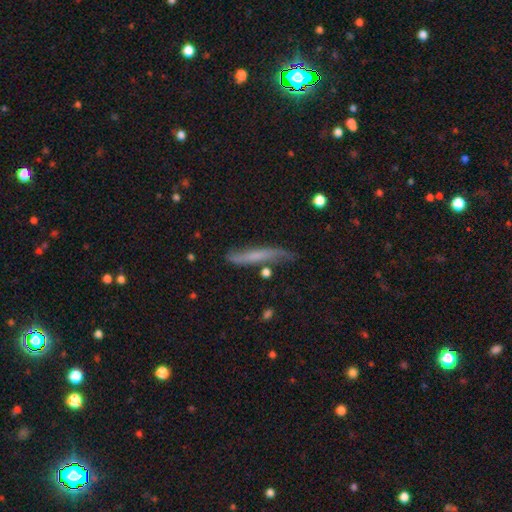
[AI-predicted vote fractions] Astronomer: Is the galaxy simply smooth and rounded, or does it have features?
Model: smooth — 52% (runner-up: featured or disk, 40%).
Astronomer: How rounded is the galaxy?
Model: cigar-shaped — 91%.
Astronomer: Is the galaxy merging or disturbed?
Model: none — 61%.